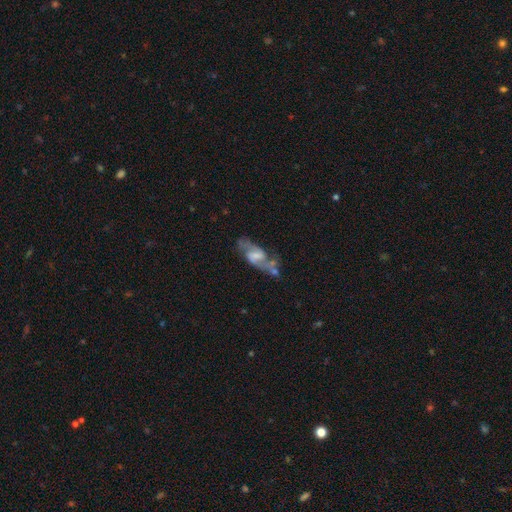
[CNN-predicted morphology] A featured or disk galaxy (78%) with a weak bar (54%), 2 (87%) medium (45%) spiral arms (91%) and a small central bulge (41%).

Vote fractions:
- Smooth or featured? featured or disk: 78% / smooth: 15% / star or artifact: 7%
- Edge-on disk? no: 94% / yes: 6%
- Bar? weak: 54% / no: 24% / strong: 23%
- Spiral arms? yes: 91% / no: 9%
- Spiral winding? medium: 45% / loose: 44% / tight: 12%
- Spiral arm count? 2: 87% / can't tell: 6% / 1: 3% / 3: 2% / 4: 1% / more than 4: 1%
- Bulge size? small: 41% / moderate: 30% / none: 20% / large: 7% / dominant: 1%
- Merging? none: 49% / minor disturbance: 21% / merger: 15% / major disturbance: 15%